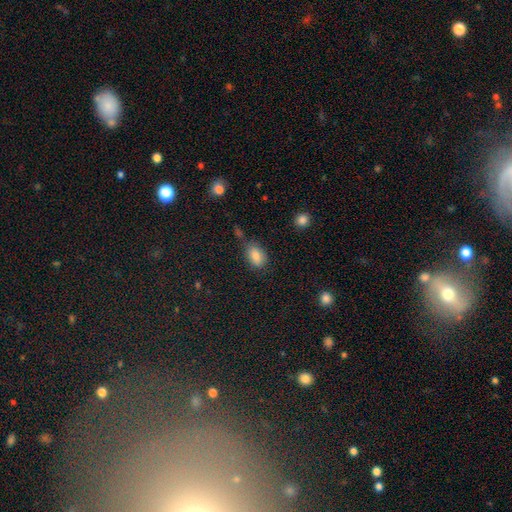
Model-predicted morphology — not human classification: This is clearly a smooth galaxy (83%). How rounded: clearly in between (83%). Merging: likely none (67%).